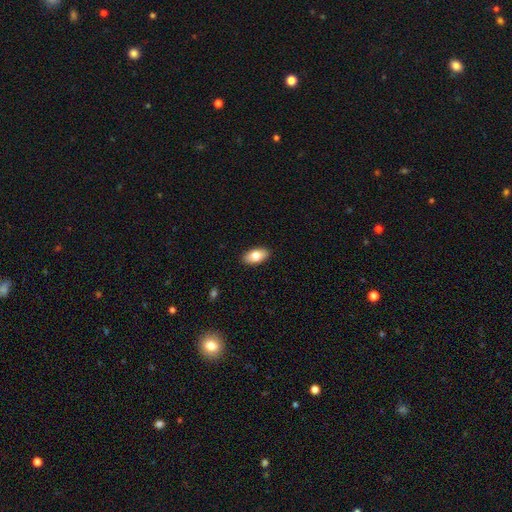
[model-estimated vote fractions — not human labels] This is likely a smooth galaxy (79%). How rounded: clearly in between (93%). Merging: clearly none (91%).